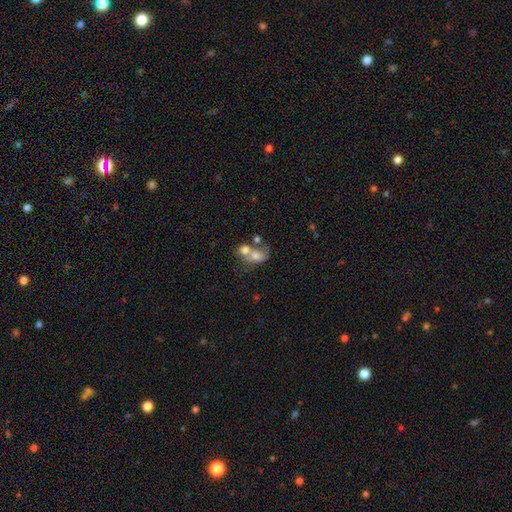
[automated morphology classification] Overall: smooth (61%; featured or disk 27%). How rounded: in between (58%; round 41%). Merging: merger (67%).